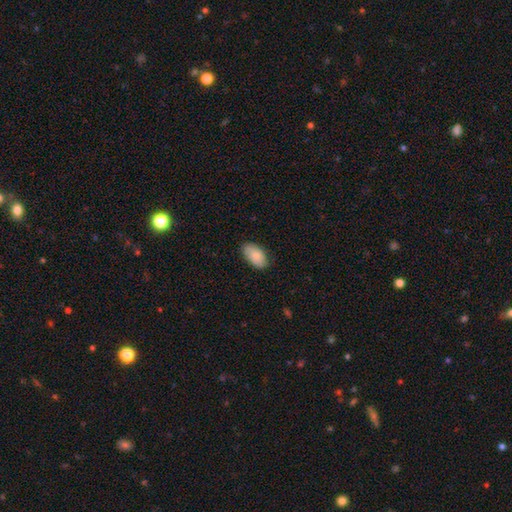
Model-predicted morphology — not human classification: A smooth galaxy with no disk features (77%) that is in between round and cigar-shaped (94%). Merging: none (80%).